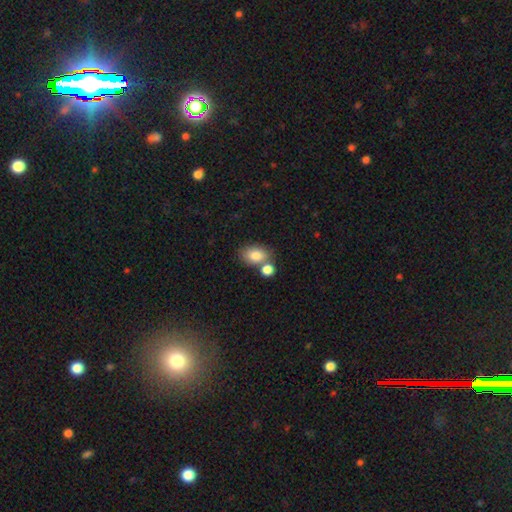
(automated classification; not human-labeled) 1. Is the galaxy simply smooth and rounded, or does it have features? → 82% smooth, 10% featured or disk, 8% star or artifact.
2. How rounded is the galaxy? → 76% in between, 22% round, 1% cigar-shaped.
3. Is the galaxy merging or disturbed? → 53% none, 31% merger, 12% minor disturbance, 4% major disturbance.